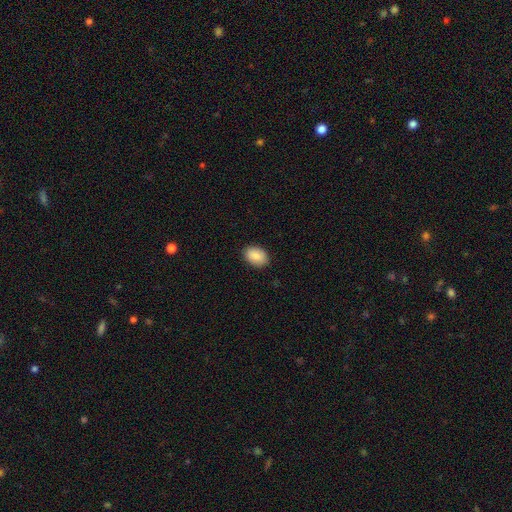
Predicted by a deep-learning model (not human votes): A smooth galaxy with no disk features (89%) that is in between round and cigar-shaped (82%).

Vote fractions:
- Smooth or featured? smooth: 89% / star or artifact: 7% / featured or disk: 5%
- How rounded? in between: 82% / round: 17% / cigar-shaped: 1%
- Merging? none: 89% / minor disturbance: 9% / major disturbance: 2% / merger: 1%